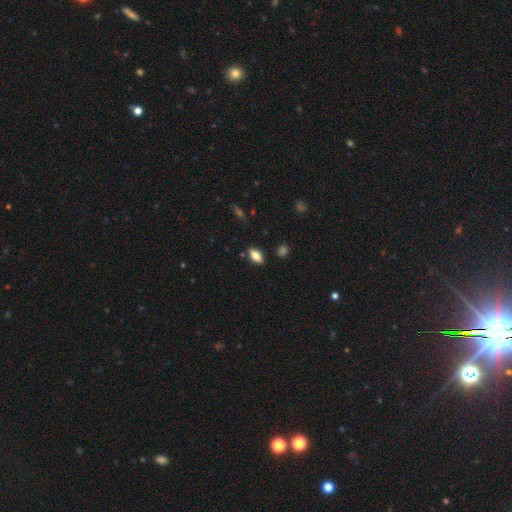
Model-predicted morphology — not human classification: This appears to be a smooth galaxy with no disk features (74%) that is in between round and cigar-shaped (84%). Merging: none (84%).